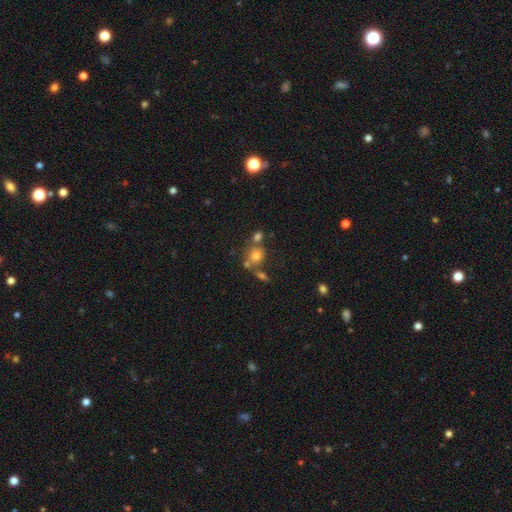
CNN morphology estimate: Smooth or featured? smooth (72%)
How rounded? round (79%)
Merging? none (52%)